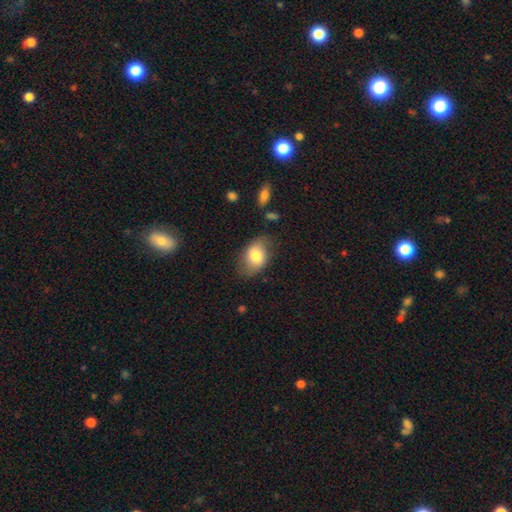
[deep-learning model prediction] smooth-or-featured: smooth: 74% | featured or disk: 19% | star or artifact: 7%
  how-rounded: in between: 85% | round: 14% | cigar-shaped: 1%
  merging: none: 70% | minor disturbance: 21% | major disturbance: 6% | merger: 2%